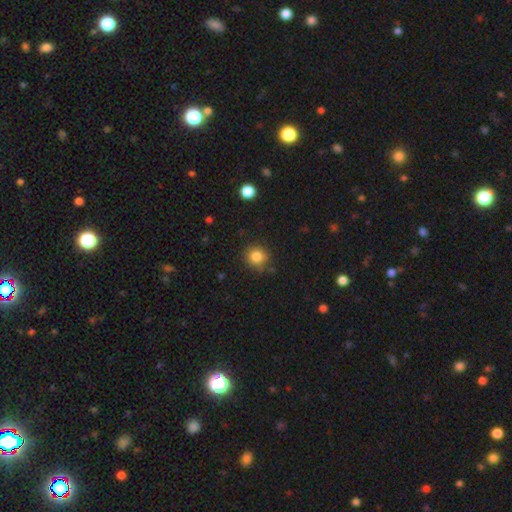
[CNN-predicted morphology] Q: Smooth or featured?
A: smooth (83%); runner-up: star or artifact (11%)
Q: How rounded?
A: round (91%); runner-up: in between (9%)
Q: Merging?
A: none (84%); runner-up: minor disturbance (11%)